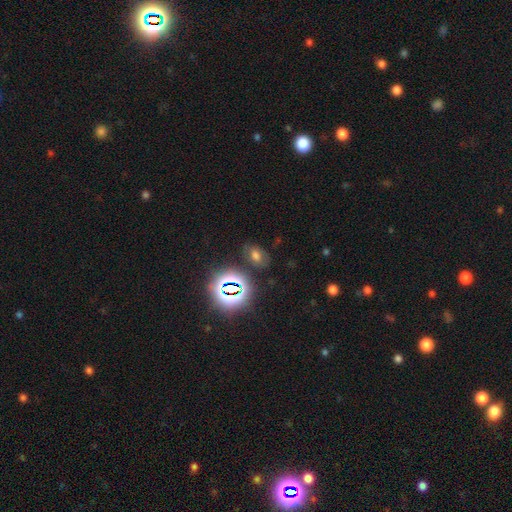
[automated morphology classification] Smooth or featured?
  - smooth: 54% *
  - star or artifact: 33%
  - featured or disk: 14%
How rounded?
  - in between: 81% *
  - round: 17%
  - cigar-shaped: 2%
Merging?
  - none: 74% *
  - minor disturbance: 15%
  - major disturbance: 6%
  - merger: 5%